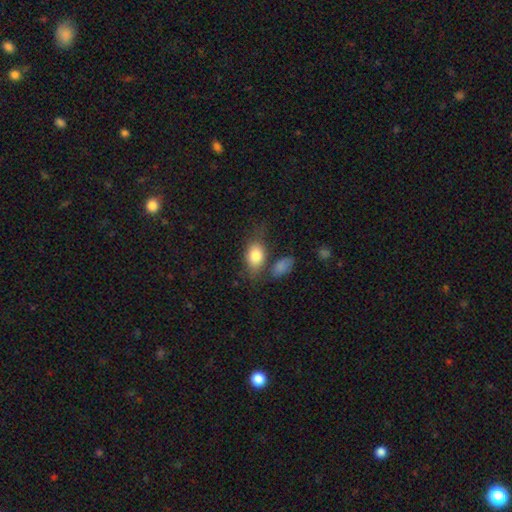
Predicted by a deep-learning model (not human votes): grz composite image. It shows a smooth galaxy with no disk features (82%) that is in between round and cigar-shaped (81%). Merging: none (55%).